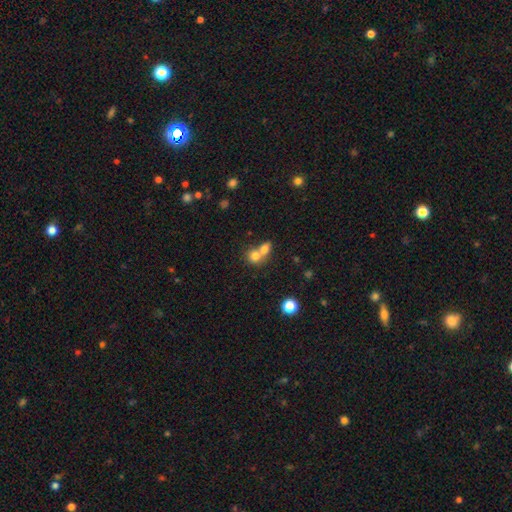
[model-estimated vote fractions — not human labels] This is likely a smooth galaxy (75%). How rounded: likely round (70%). Merging: likely merger (65%).